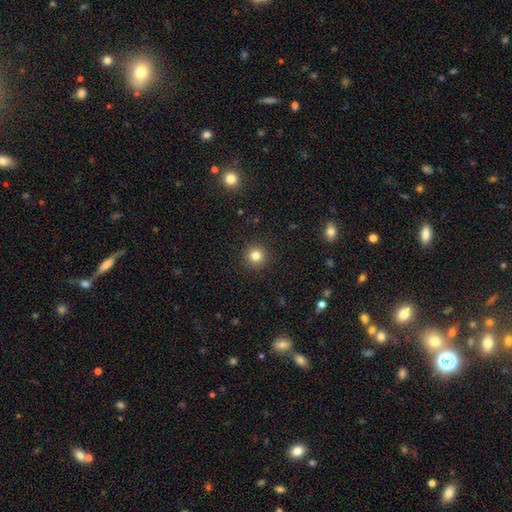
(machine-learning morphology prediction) A smooth galaxy with no disk features (82%) that is round (95%). Merging: none (92%).